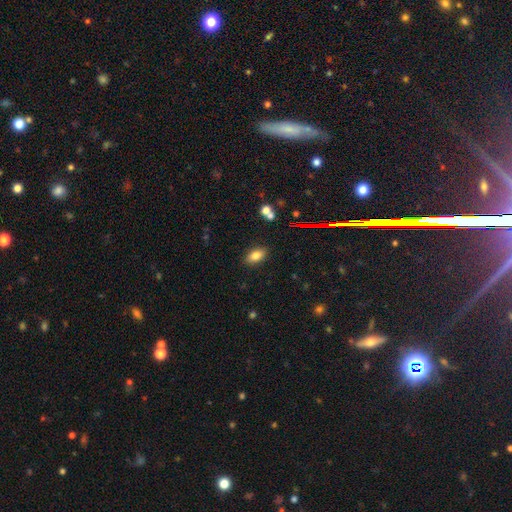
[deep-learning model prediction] Q: Smooth or featured?
A: smooth (80%); runner-up: star or artifact (10%)
Q: How rounded?
A: in between (89%); runner-up: round (7%)
Q: Merging?
A: none (86%); runner-up: minor disturbance (10%)